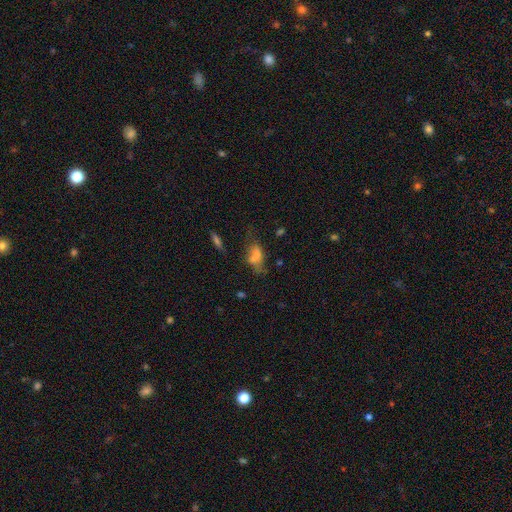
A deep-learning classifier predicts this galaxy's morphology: Overall: smooth (63%; featured or disk 23%). How rounded: in between (81%). Merging: none (34%; merger 31%).